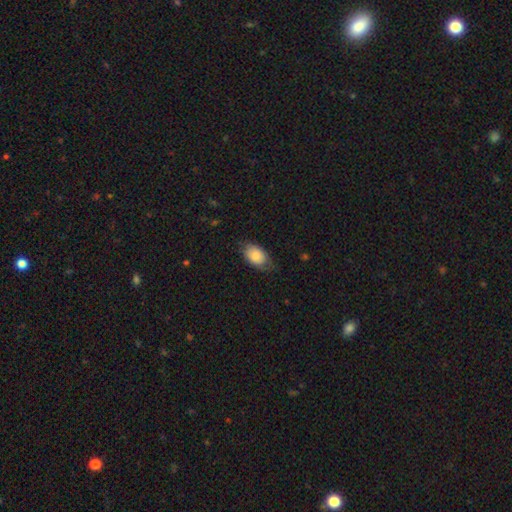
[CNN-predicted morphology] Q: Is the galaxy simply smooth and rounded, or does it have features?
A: smooth — 77%.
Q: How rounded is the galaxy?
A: in between — 87%.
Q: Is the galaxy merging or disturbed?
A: none — 63%.